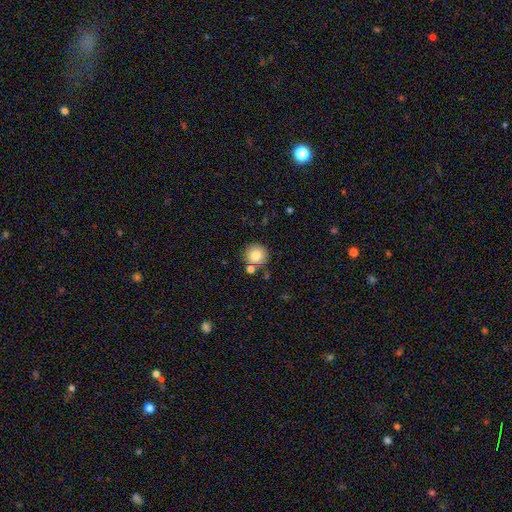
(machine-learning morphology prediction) A smooth galaxy with no disk features (81%) that is round (94%). Merging: none (77%).